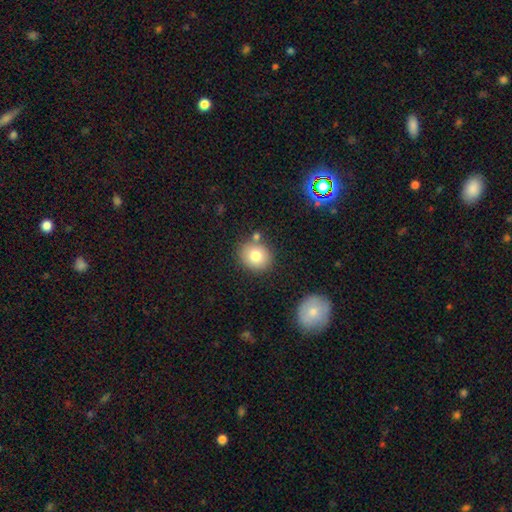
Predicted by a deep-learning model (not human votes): This appears to be a smooth galaxy with no disk features (80%) that is round (74%). Merging: none (76%).